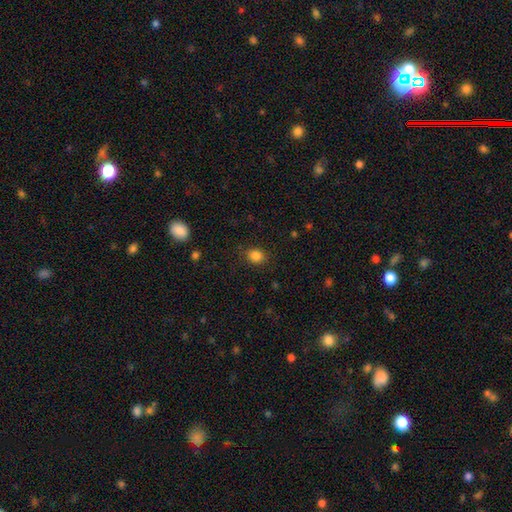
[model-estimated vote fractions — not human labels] Smooth or featured?
  - smooth: 84% *
  - star or artifact: 11%
  - featured or disk: 4%
How rounded?
  - round: 63% *
  - in between: 36%
  - cigar-shaped: 1%
Merging?
  - none: 84% *
  - minor disturbance: 11%
  - major disturbance: 3%
  - merger: 1%